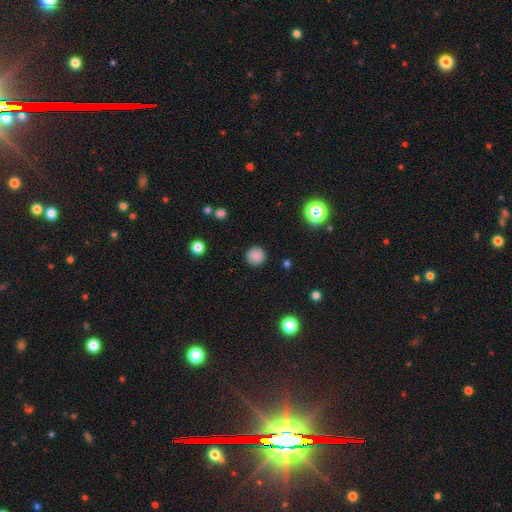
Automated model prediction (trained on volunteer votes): Q: Smooth or featured?
A: smooth (84%); runner-up: star or artifact (12%)
Q: How rounded?
A: round (94%); runner-up: in between (5%)
Q: Merging?
A: none (89%); runner-up: minor disturbance (7%)